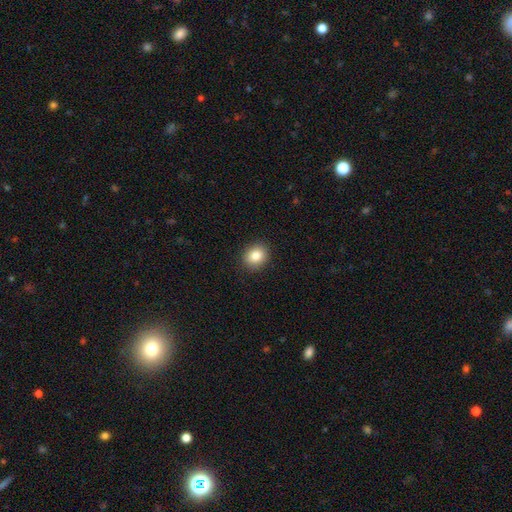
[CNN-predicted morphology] This is clearly a smooth galaxy (84%). How rounded: likely round (63%). Merging: clearly none (90%).